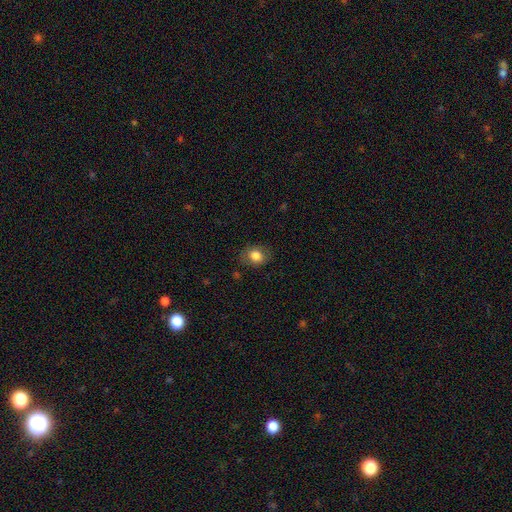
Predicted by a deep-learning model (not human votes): This is clearly a smooth galaxy (82%). How rounded: possibly round (53%). Merging: clearly none (80%).